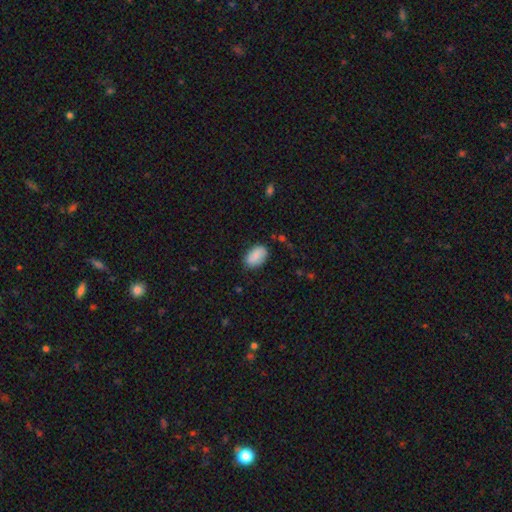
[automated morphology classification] Smooth or featured? smooth (84%)
How rounded? in between (91%)
Merging? none (81%)